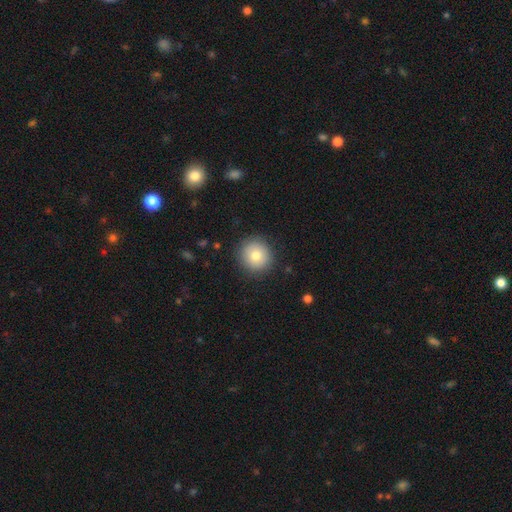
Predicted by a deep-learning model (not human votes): smooth 78%, featured or disk 12%, star or artifact 10%. Down the decision tree: how rounded — round (93%); merging — none (89%).